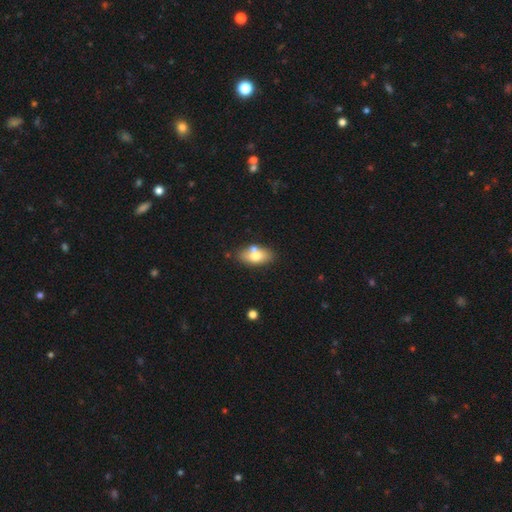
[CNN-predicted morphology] This is likely a smooth galaxy (70%). How rounded: clearly in between (88%). Merging: likely none (68%).